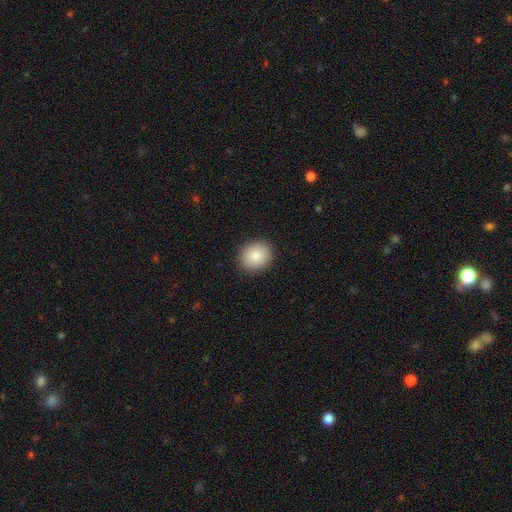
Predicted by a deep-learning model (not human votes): smooth_or_featured: smooth (p=0.85) [alt: star or artifact p=0.08]
how_rounded: round (p=0.75) [alt: in between p=0.24]
merging: none (p=0.90) [alt: minor disturbance p=0.07]